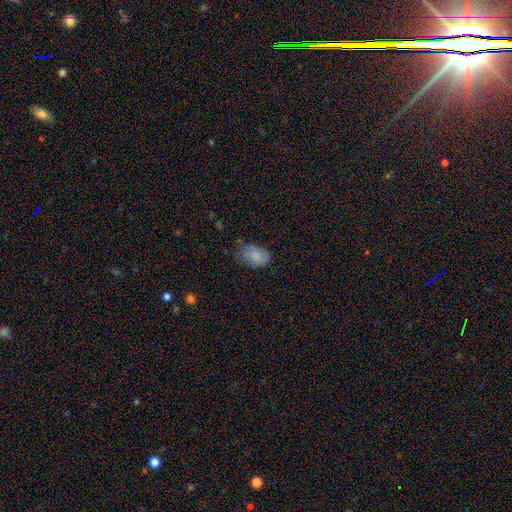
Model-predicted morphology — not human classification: A smooth galaxy with no disk features (82%) that is in between round and cigar-shaped (89%). Merging: none (60%).